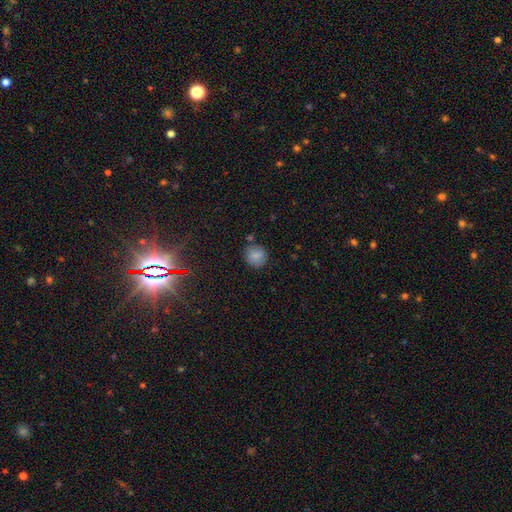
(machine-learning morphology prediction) A smooth galaxy with no disk features (82%) that is round (88%).

Vote fractions:
- Smooth or featured? smooth: 82% / star or artifact: 11% / featured or disk: 6%
- How rounded? round: 88% / in between: 11% / cigar-shaped: 1%
- Merging? none: 82% / minor disturbance: 11% / merger: 4% / major disturbance: 3%